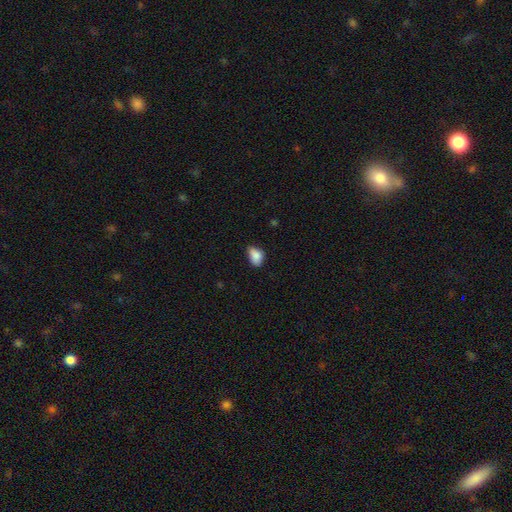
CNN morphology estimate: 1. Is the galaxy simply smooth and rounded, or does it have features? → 85% smooth, 8% star or artifact, 7% featured or disk.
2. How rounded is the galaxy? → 79% in between, 19% round, 1% cigar-shaped.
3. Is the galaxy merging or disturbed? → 53% none, 38% minor disturbance, 7% major disturbance, 2% merger.